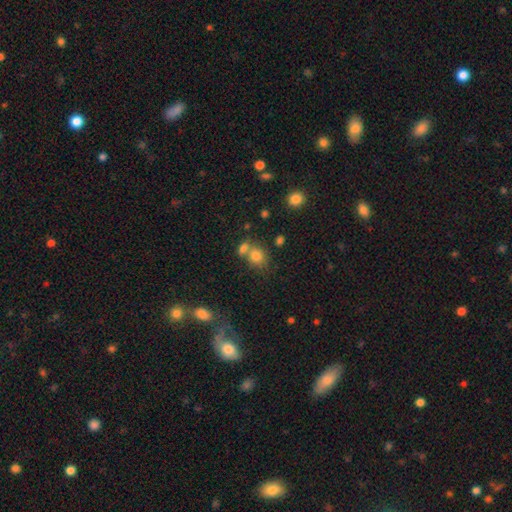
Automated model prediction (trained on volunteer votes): A smooth galaxy with no disk features (79%) that is round (54%).

Vote fractions:
- Smooth or featured? smooth: 79% / star or artifact: 12% / featured or disk: 9%
- How rounded? round: 54% / in between: 44% / cigar-shaped: 1%
- Merging? none: 47% / merger: 37% / minor disturbance: 11% / major disturbance: 5%